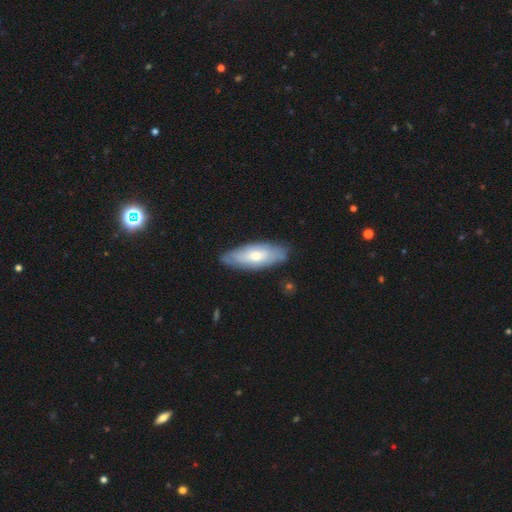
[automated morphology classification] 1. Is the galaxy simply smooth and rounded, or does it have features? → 51% smooth, 44% featured or disk, 5% star or artifact.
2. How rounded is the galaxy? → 73% in between, 25% cigar-shaped, 2% round.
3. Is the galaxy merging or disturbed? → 78% none, 17% minor disturbance, 3% major disturbance, 2% merger.